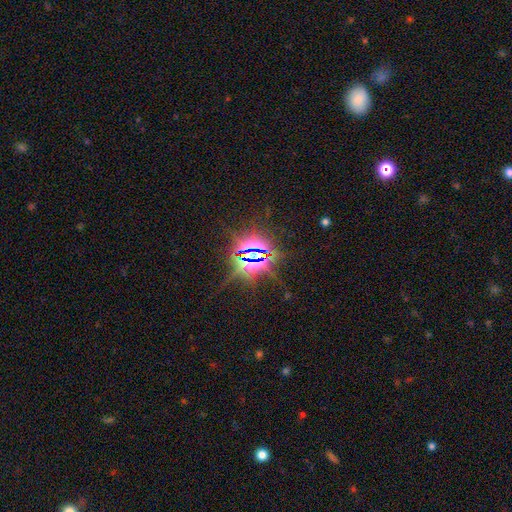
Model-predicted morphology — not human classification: Smooth or featured?
  - star or artifact: 84% *
  - featured or disk: 8%
  - smooth: 7%